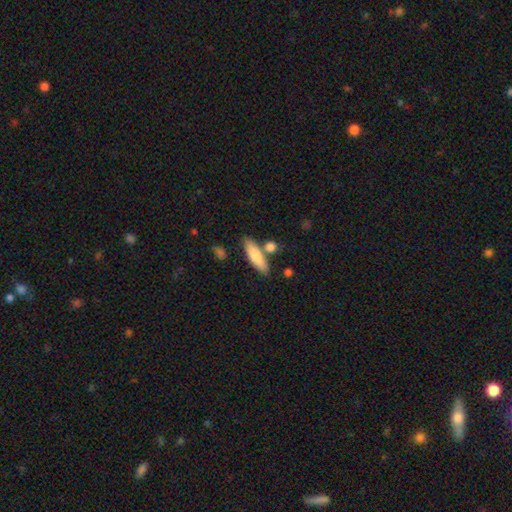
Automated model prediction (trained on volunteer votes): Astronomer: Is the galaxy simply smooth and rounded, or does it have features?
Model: smooth — 79%.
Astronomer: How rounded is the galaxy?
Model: cigar-shaped — 57% (runner-up: in between, 41%).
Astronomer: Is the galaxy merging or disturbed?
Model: none — 74%.